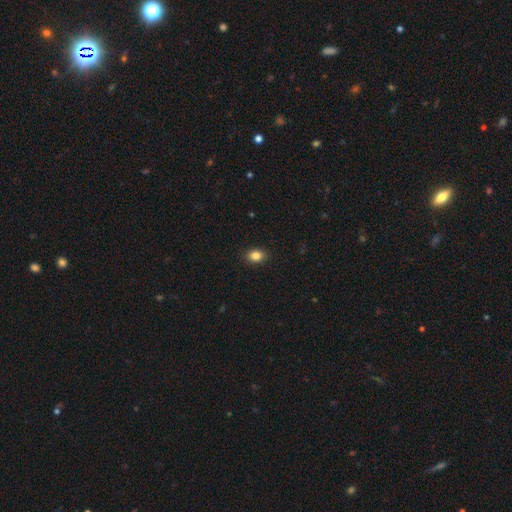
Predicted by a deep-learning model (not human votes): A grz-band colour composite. It shows a smooth galaxy with no disk features (85%) that is in between round and cigar-shaped (66%). Merging: none (90%).